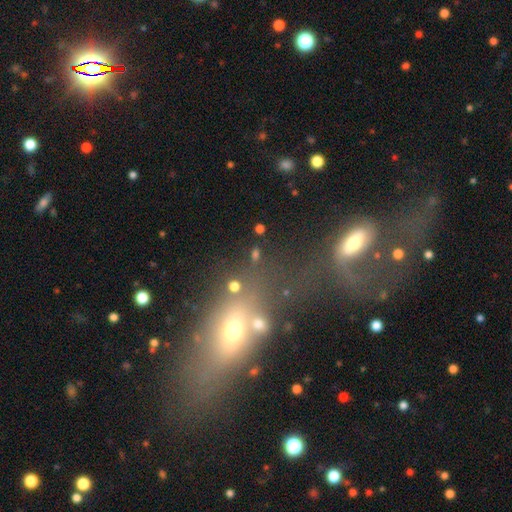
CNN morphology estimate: Smooth or featured? smooth (51%)
How rounded? in between (58%)
Merging? none (46%)